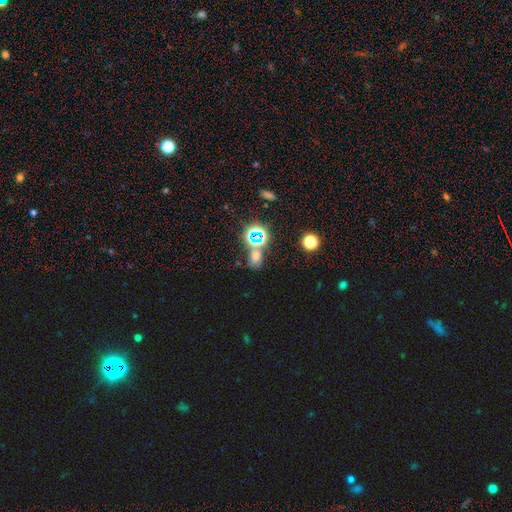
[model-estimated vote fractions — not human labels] Smooth or featured: star or artifact — 46% (smooth — 43%)